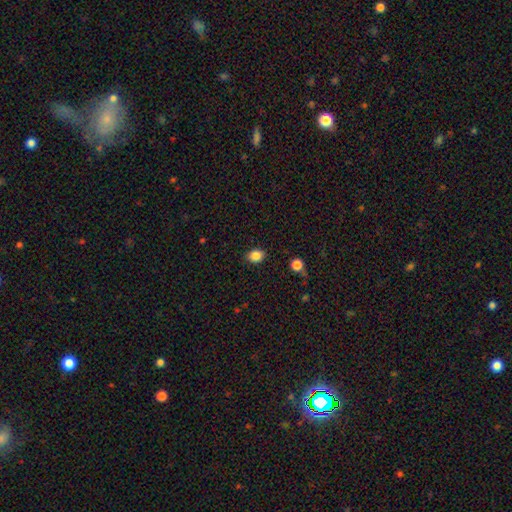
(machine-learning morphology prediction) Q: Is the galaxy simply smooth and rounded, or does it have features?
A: smooth — 85%.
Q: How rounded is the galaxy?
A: in between — 54%.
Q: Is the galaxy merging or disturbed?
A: none — 86%.